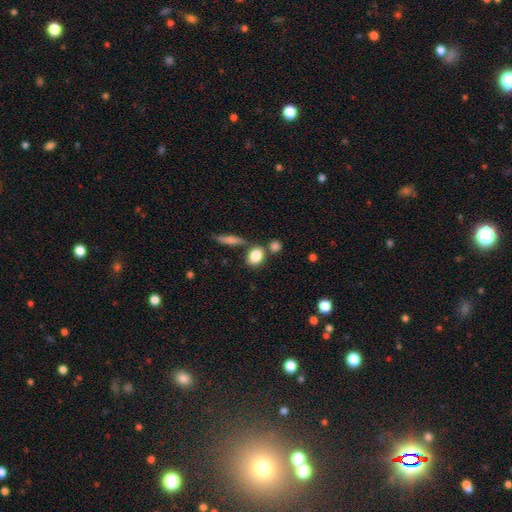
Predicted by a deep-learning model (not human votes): Smooth or featured: smooth — 84% (star or artifact — 8%)
How rounded: in between — 59% (round — 37%)
Merging: none — 63% (merger — 20%)